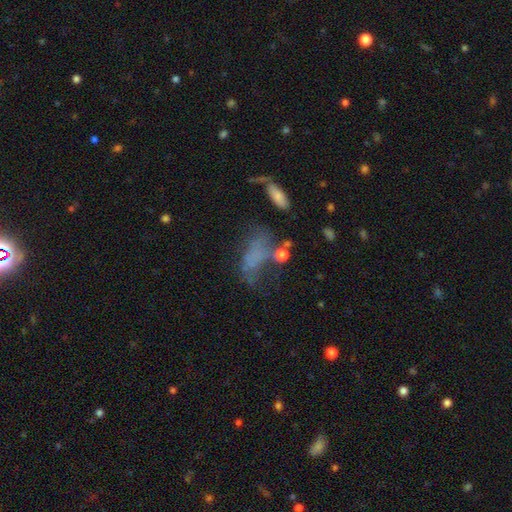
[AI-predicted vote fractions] This is possibly a smooth galaxy (46%). Merging: marginally major disturbance (38%).